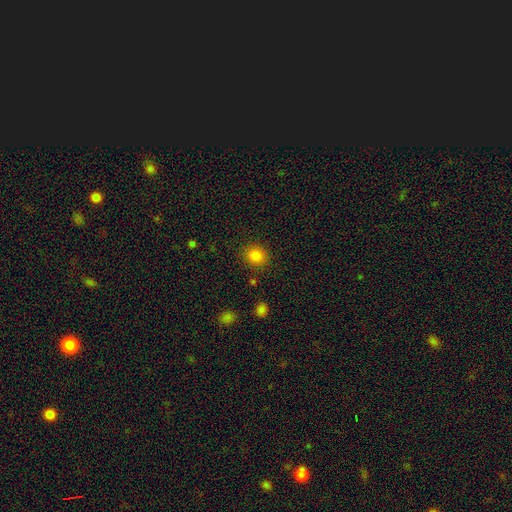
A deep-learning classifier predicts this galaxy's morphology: Smooth or featured?
  - smooth: 83% *
  - star or artifact: 12%
  - featured or disk: 5%
How rounded?
  - round: 83% *
  - in between: 16%
  - cigar-shaped: 1%
Merging?
  - none: 88% *
  - minor disturbance: 7%
  - major disturbance: 3%
  - merger: 2%